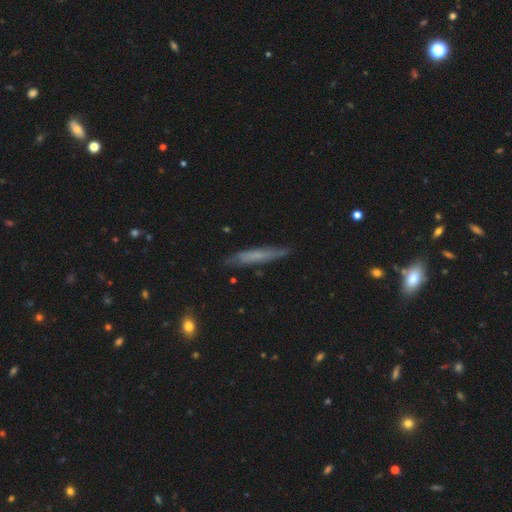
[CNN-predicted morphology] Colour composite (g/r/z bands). It shows a smooth galaxy with no disk features (50%) that is cigar-shaped (92%). Merging: none (79%).